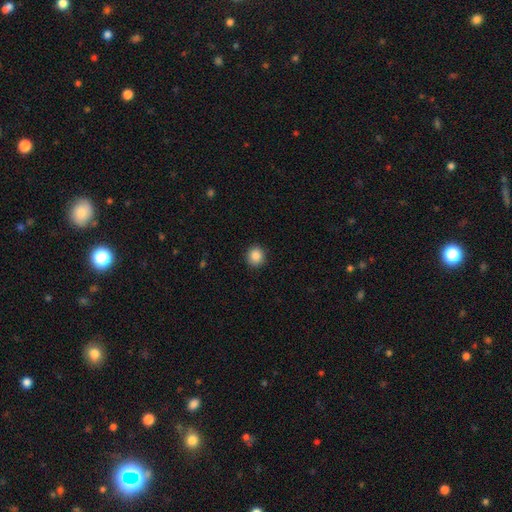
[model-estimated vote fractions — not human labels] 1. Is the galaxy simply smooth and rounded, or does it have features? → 88% smooth, 9% star or artifact, 3% featured or disk.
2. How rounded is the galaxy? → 91% round, 8% in between, 1% cigar-shaped.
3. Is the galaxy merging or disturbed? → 92% none, 6% minor disturbance, 2% major disturbance, 1% merger.